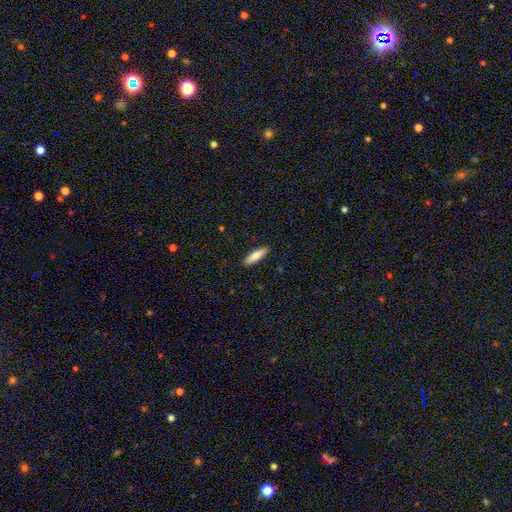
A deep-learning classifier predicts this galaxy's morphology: This is clearly a smooth galaxy (81%). How rounded: possibly cigar-shaped (57%). Merging: clearly none (90%).